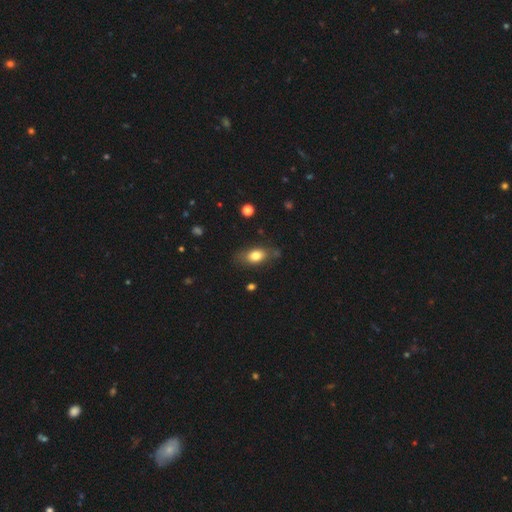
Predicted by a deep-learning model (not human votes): This is likely a smooth galaxy (77%). How rounded: clearly in between (83%). Merging: likely none (73%).